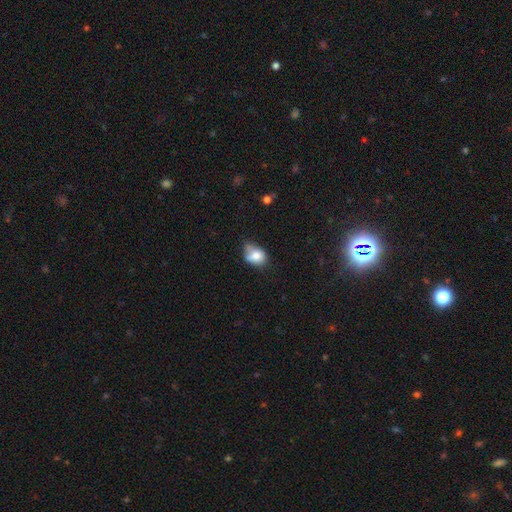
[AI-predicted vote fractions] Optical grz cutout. It shows a smooth galaxy with no disk features (76%) that is in between round and cigar-shaped (62%). Merging: none (37%).